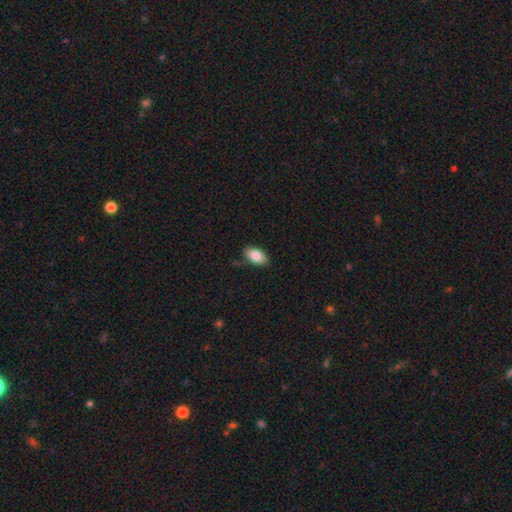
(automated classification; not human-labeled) The model was most divided on "merging": none: 79%, minor disturbance: 16%, major disturbance: 3%, merger: 2%. More confident: how rounded — in between (92%); smooth or featured — smooth (84%).